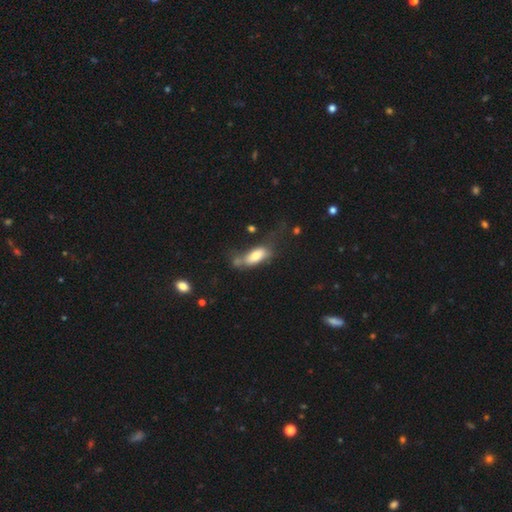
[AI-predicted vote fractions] A smooth galaxy with no disk features (72%) that is in between round and cigar-shaped (79%).

Vote fractions:
- Smooth or featured? smooth: 72% / featured or disk: 20% / star or artifact: 8%
- How rounded? in between: 79% / cigar-shaped: 18% / round: 3%
- Merging? none: 34% / major disturbance: 26% / minor disturbance: 26% / merger: 14%